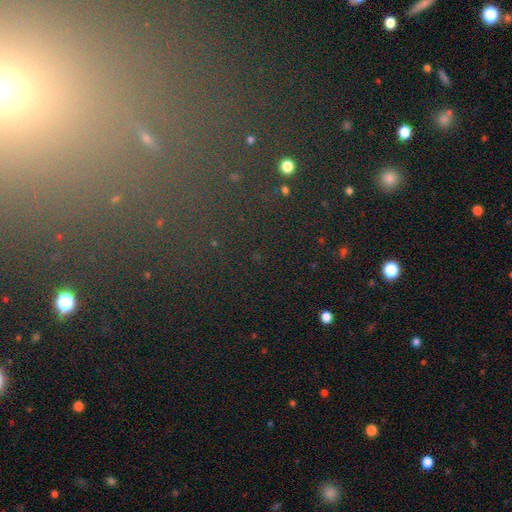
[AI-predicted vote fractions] Smooth or featured: star or artifact — 70% (smooth — 18%)